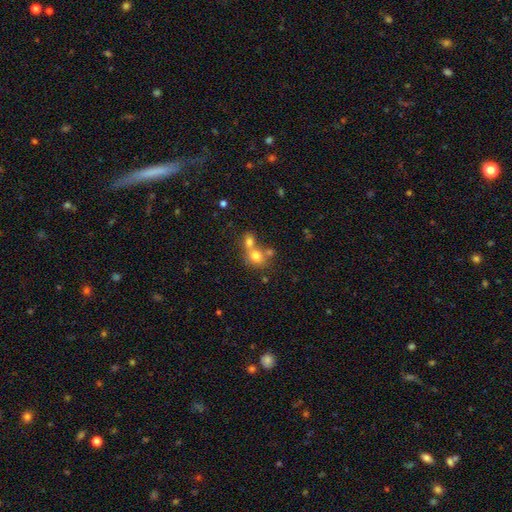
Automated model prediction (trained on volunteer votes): A smooth galaxy with no disk features (72%) that is round (69%).

Vote fractions:
- Smooth or featured? smooth: 72% / featured or disk: 15% / star or artifact: 13%
- How rounded? round: 69% / in between: 29% / cigar-shaped: 1%
- Merging? merger: 55% / none: 34% / minor disturbance: 7% / major disturbance: 4%